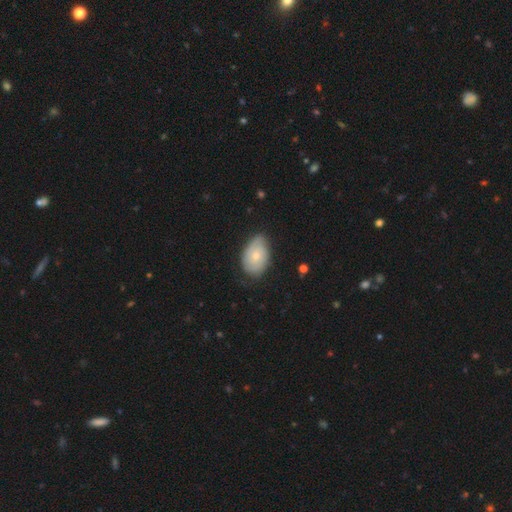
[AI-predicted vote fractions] smooth-or-featured: smooth: 50% | featured or disk: 44% | star or artifact: 6%
  how-rounded: in between: 84% | round: 14% | cigar-shaped: 1%
  merging: none: 65% | minor disturbance: 28% | major disturbance: 5% | merger: 1%